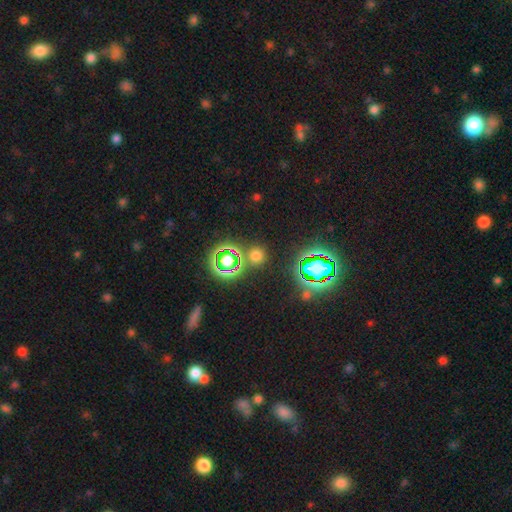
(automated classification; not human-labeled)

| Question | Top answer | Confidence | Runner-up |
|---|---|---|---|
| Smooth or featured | smooth | 51% | star or artifact (41%) |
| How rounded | round | 92% | in between (7%) |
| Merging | none | 83% | minor disturbance (7%) |